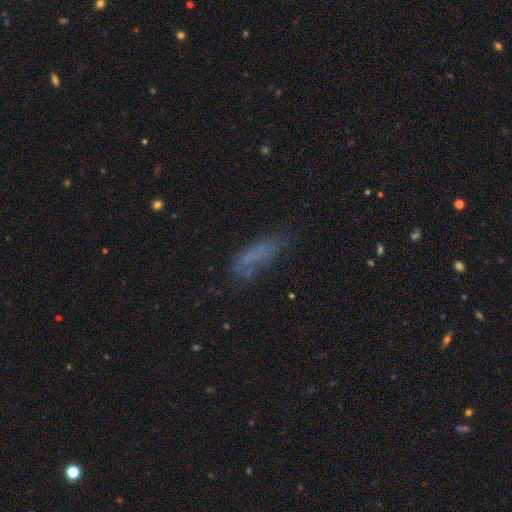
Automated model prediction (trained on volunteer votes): smooth-or-featured: smooth: 59% | featured or disk: 24% | star or artifact: 17%
  how-rounded: in between: 52% | cigar-shaped: 45% | round: 3%
  merging: none: 48% | minor disturbance: 24% | major disturbance: 20% | merger: 7%